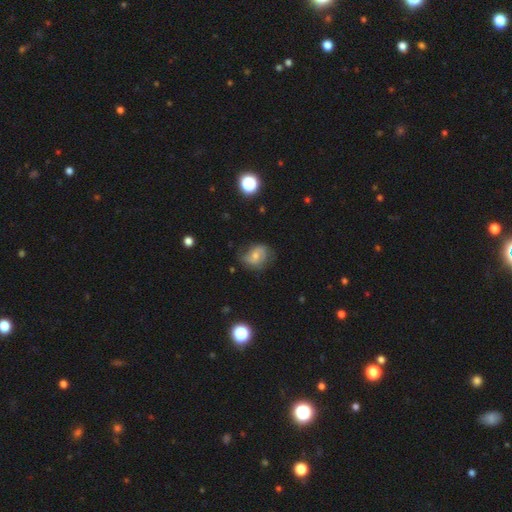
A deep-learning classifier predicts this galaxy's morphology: smooth-or-featured: featured or disk: 58% | smooth: 32% | star or artifact: 10%
  disk-edge-on: no: 97% | yes: 3%
    bar: no: 49% | weak: 39% | strong: 11%
    has-spiral-arms: yes: 83% | no: 17%
    bulge-size: moderate: 50% | small: 44% | none: 3% | large: 2% | dominant: 1%
  merging: none: 61% | minor disturbance: 27% | major disturbance: 10% | merger: 2%